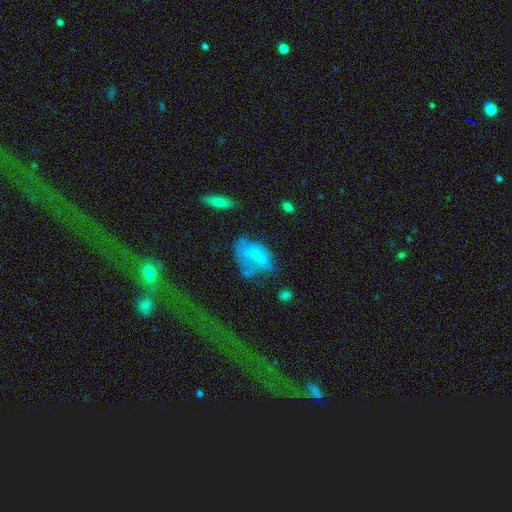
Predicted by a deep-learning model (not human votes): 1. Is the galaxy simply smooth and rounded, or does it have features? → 45% smooth, 42% featured or disk, 13% star or artifact.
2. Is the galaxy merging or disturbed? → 34% none, 32% major disturbance, 25% minor disturbance, 9% merger.